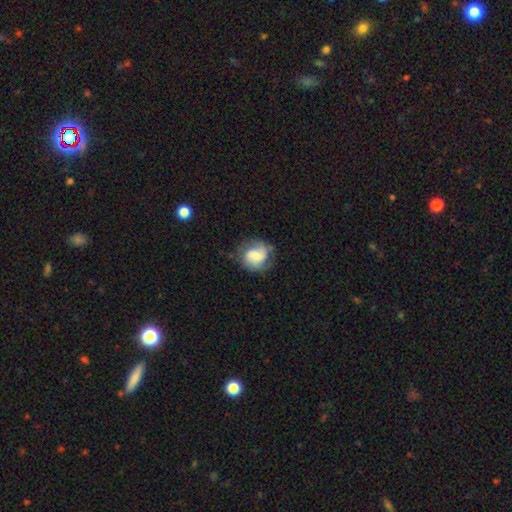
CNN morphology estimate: Smooth or featured? smooth (47%)
Merging? none (62%)